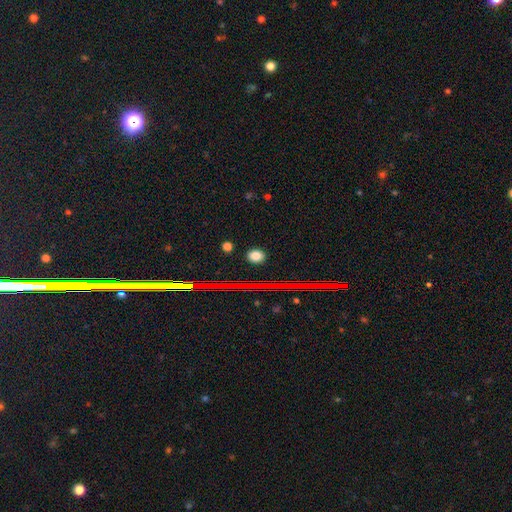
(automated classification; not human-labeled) A smooth galaxy with no disk features (80%) that is round (64%).

Vote fractions:
- Smooth or featured? smooth: 80% / star or artifact: 14% / featured or disk: 6%
- How rounded? round: 64% / in between: 34% / cigar-shaped: 2%
- Merging? none: 89% / minor disturbance: 7% / major disturbance: 2% / merger: 2%